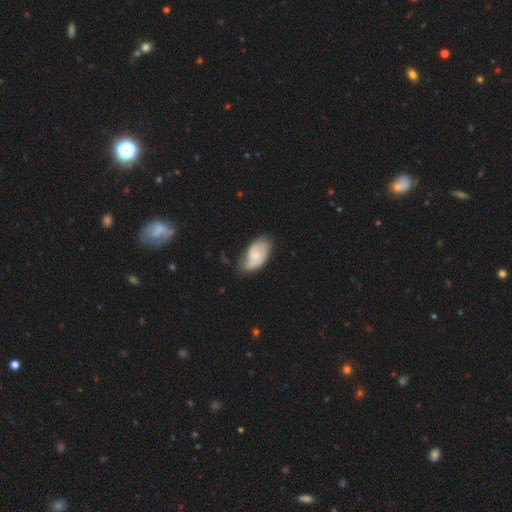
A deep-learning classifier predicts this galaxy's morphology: Smooth or featured? featured or disk (50%)
Edge-on disk? no (95%)
Merging? none (55%)